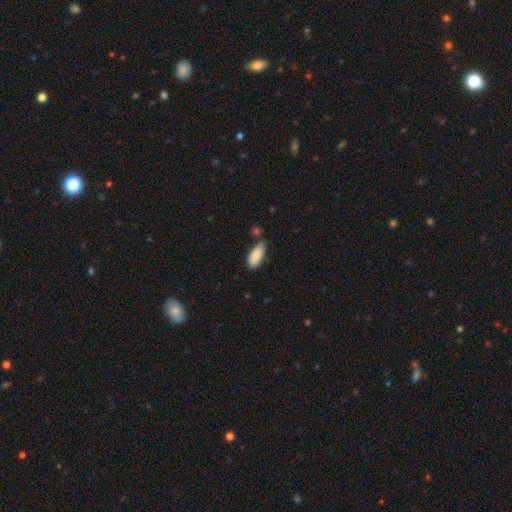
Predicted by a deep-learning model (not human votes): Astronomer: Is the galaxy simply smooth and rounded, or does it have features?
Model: smooth — 88%.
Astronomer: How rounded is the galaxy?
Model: in between — 86%.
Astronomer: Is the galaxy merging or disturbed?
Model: none — 62%.